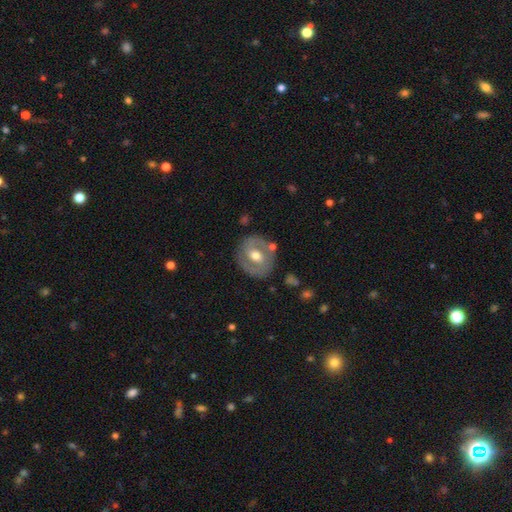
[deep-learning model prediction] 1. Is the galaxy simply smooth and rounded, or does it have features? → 62% featured or disk, 32% smooth, 6% star or artifact.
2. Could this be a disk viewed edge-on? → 95% no, 5% yes.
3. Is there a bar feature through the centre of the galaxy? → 42% weak, 39% no, 19% strong.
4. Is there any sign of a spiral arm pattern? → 53% yes, 47% no.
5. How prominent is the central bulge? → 76% moderate, 13% small, 9% large, 1% none, 1% dominant.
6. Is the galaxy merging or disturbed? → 78% none, 14% minor disturbance, 5% major disturbance, 4% merger.